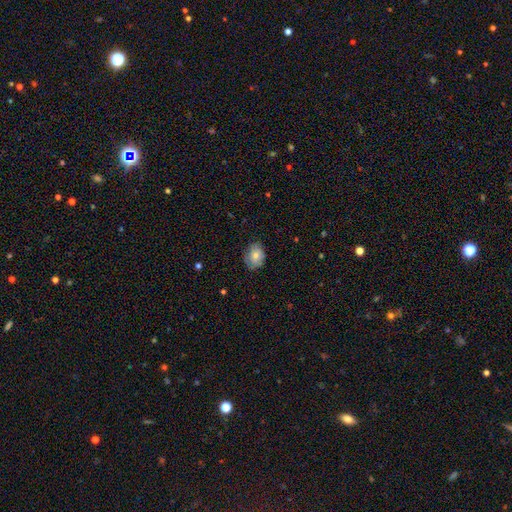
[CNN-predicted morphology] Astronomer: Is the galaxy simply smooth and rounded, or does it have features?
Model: smooth — 66%.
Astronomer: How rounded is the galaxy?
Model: in between — 58% (runner-up: round, 41%).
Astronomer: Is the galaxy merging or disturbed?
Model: none — 72%.